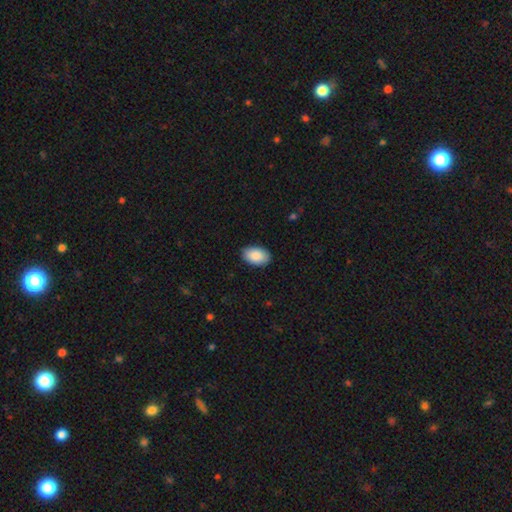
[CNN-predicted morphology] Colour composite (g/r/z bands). It shows a smooth galaxy with no disk features (89%) that is in between round and cigar-shaped (93%). Merging: none (89%).